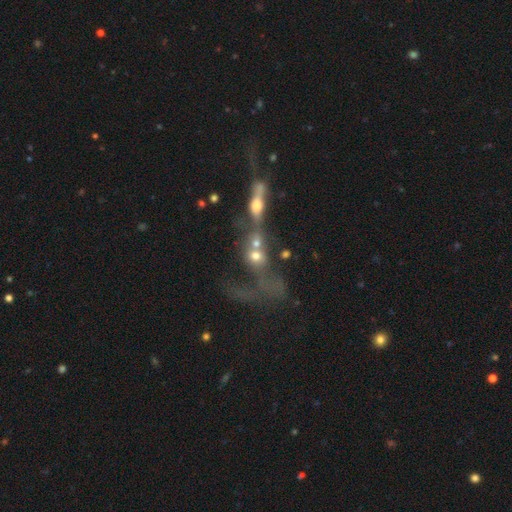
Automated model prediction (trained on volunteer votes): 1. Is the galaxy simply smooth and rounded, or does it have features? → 48% smooth, 36% featured or disk, 16% star or artifact.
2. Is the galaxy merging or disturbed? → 72% merger, 12% major disturbance, 11% none, 5% minor disturbance.